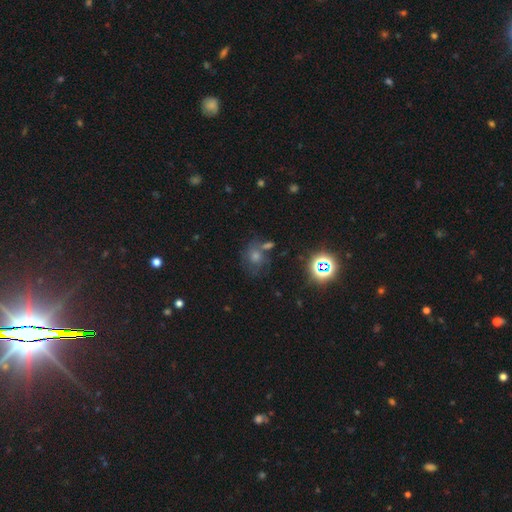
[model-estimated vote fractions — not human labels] Morphology: type=smooth (52%); roundness=round (62%); merging=none (49%).